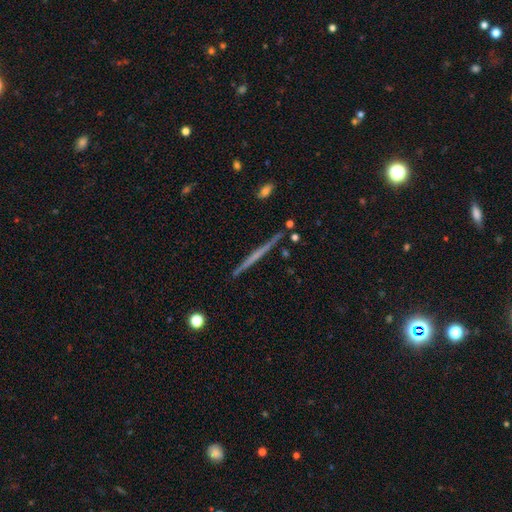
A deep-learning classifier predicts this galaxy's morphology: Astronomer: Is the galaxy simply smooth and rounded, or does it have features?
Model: featured or disk — 63%.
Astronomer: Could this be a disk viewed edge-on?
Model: yes — 98%.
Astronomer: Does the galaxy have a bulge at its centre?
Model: none — 81%.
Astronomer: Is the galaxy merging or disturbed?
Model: none — 90%.